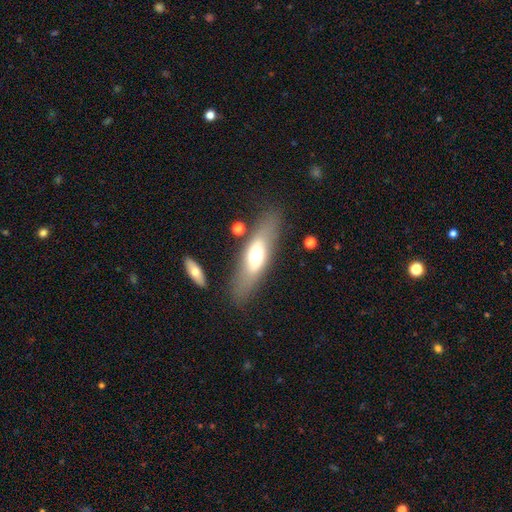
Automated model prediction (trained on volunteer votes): smooth_or_featured: smooth (p=0.53) [alt: featured or disk p=0.40]
how_rounded: in between (p=0.51) [alt: cigar-shaped p=0.46]
merging: none (p=0.76) [alt: minor disturbance p=0.14]